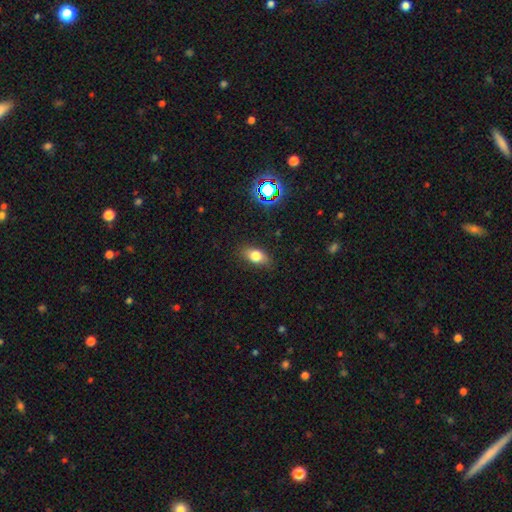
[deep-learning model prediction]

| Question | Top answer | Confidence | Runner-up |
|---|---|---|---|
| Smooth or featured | smooth | 75% | featured or disk (14%) |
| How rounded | in between | 82% | round (12%) |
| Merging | none | 83% | minor disturbance (13%) |